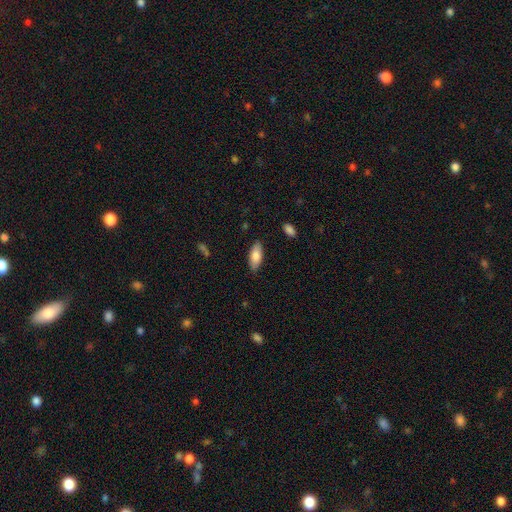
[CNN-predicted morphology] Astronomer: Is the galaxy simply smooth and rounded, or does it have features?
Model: smooth — 81%.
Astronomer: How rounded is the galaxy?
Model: in between — 83%.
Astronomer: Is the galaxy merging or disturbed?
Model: none — 85%.